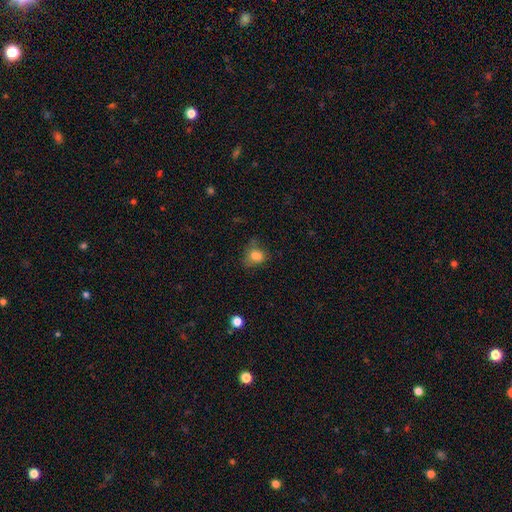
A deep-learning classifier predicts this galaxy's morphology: The model was most divided on "how rounded": in between: 54%, round: 45%, cigar-shaped: 1%. Remaining: smooth or featured — smooth (78%); merging — none (45%).